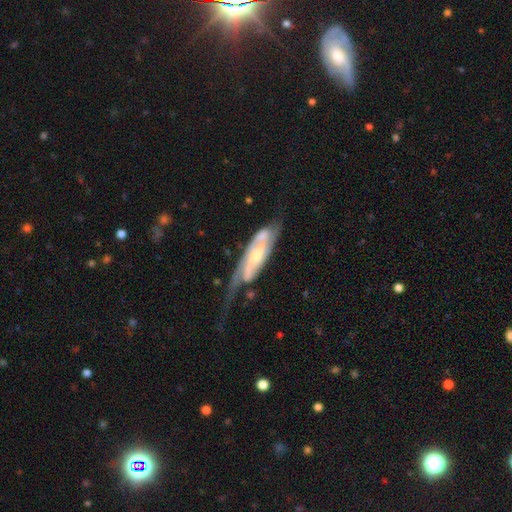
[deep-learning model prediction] smooth_or_featured: featured or disk (p=0.80) [alt: smooth p=0.14]
disk_edge_on: no (p=0.80) [alt: yes p=0.20]
bar: no (p=0.42) [alt: weak p=0.35]
has_spiral_arms: yes (p=0.91) [alt: no p=0.09]
spiral_winding: tight (p=0.40) [tied with: medium p=0.40]
spiral_arm_count: 2 (p=0.61) [alt: can't tell p=0.20]
bulge_size: moderate (p=0.48) [alt: small p=0.37]
merging: none (p=0.38) [alt: major disturbance p=0.32]